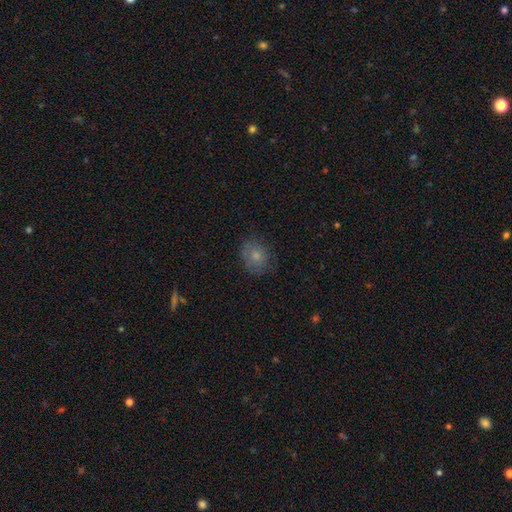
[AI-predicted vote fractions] A smooth galaxy with no disk features (75%) that is round (60%).

Vote fractions:
- Smooth or featured? smooth: 75% / featured or disk: 15% / star or artifact: 10%
- How rounded? round: 60% / in between: 39% / cigar-shaped: 1%
- Merging? none: 72% / minor disturbance: 20% / major disturbance: 6% / merger: 1%